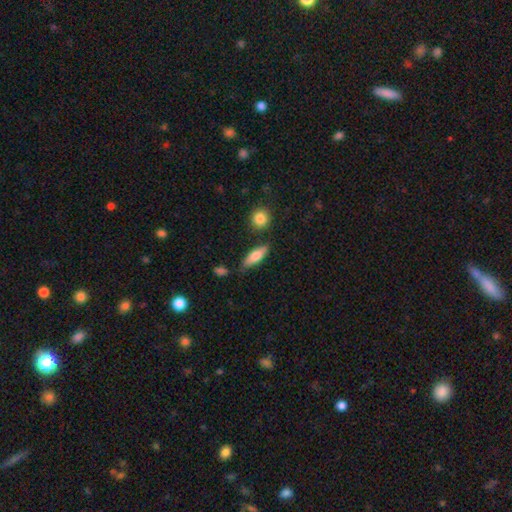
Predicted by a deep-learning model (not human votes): smooth_or_featured: smooth (p=0.74) [alt: featured or disk p=0.19]
how_rounded: in between (p=0.60) [alt: cigar-shaped p=0.37]
merging: none (p=0.74) [alt: minor disturbance p=0.16]